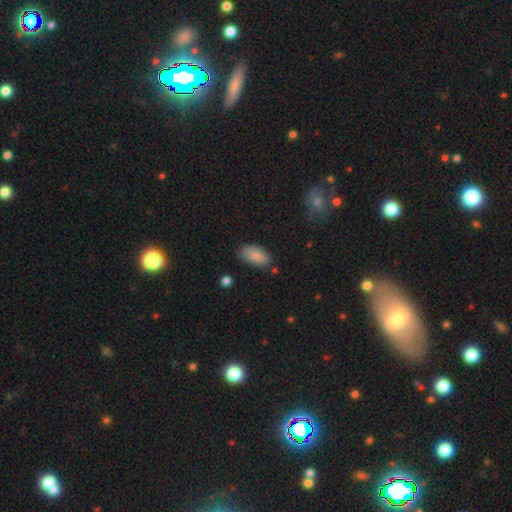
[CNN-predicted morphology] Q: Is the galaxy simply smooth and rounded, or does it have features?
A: smooth — 86%.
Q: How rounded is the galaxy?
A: in between — 93%.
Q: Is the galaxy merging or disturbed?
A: none — 75%.